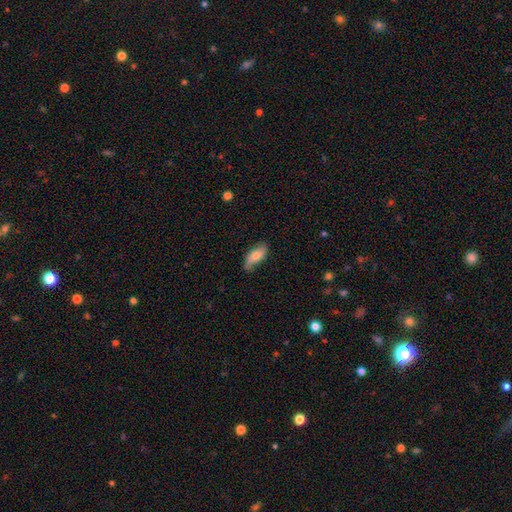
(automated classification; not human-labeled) Smooth or featured?
  - smooth: 69% *
  - featured or disk: 25%
  - star or artifact: 6%
How rounded?
  - in between: 84% *
  - cigar-shaped: 13%
  - round: 3%
Merging?
  - none: 64% *
  - minor disturbance: 28%
  - major disturbance: 6%
  - merger: 3%